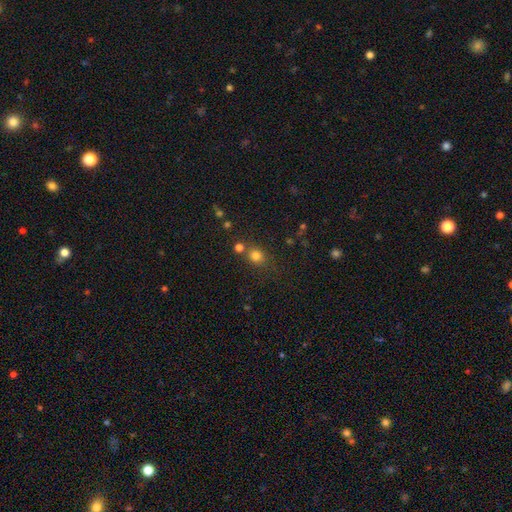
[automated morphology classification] Smooth or featured? smooth (78%)
How rounded? round (72%)
Merging? none (64%)